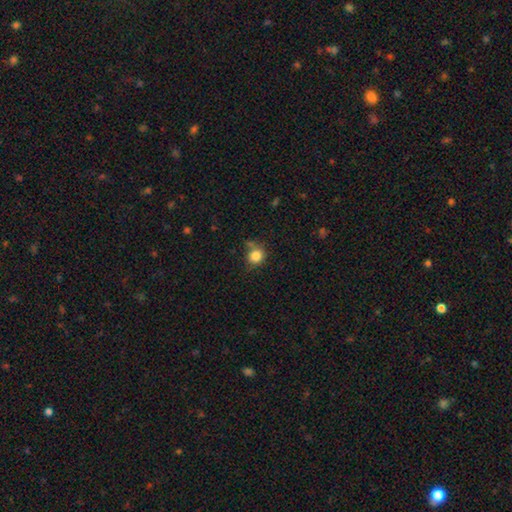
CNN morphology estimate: Smooth or featured? Predicted: smooth (p=0.83). How rounded? Predicted: round (p=0.84). Merging? Predicted: none (p=0.64).